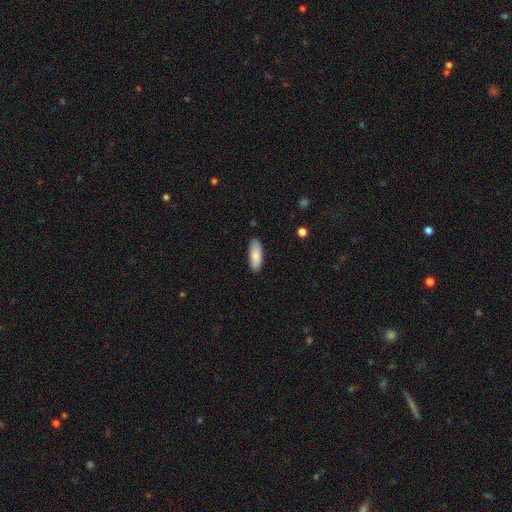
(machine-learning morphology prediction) The model was most divided on "how rounded": in between: 71%, cigar-shaped: 28%, round: 2%. More confident: merging — none (87%); smooth or featured — smooth (85%).